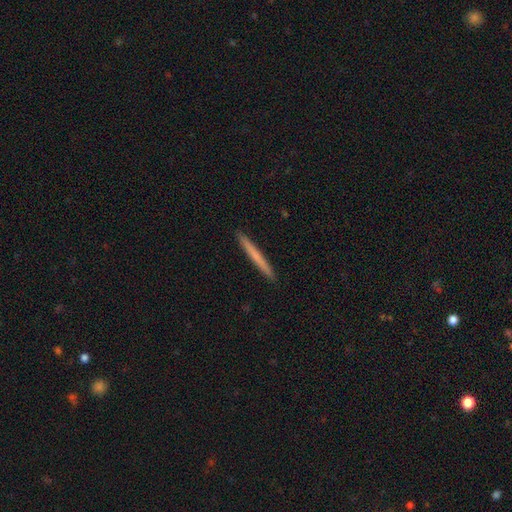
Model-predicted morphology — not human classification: smooth_or_featured: smooth (p=0.66) [alt: featured or disk p=0.29]
how_rounded: cigar-shaped (p=0.97) [alt: in between p=0.02]
merging: none (p=0.94) [alt: minor disturbance p=0.04]